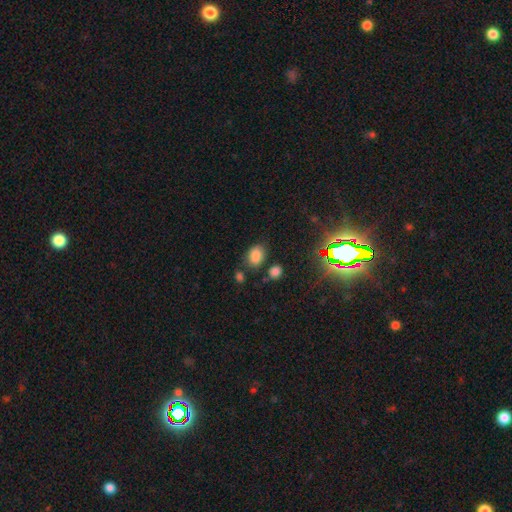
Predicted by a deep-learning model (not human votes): A smooth galaxy with no disk features (79%) that is in between round and cigar-shaped (69%). Merging: none (73%).